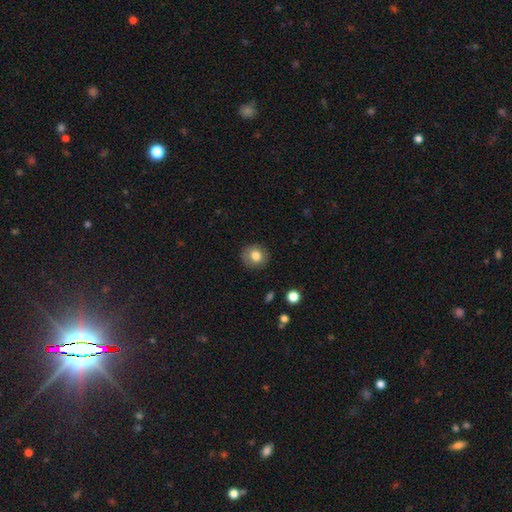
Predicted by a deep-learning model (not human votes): Morphology: type=smooth (79%); roundness=round (81%); merging=none (85%).